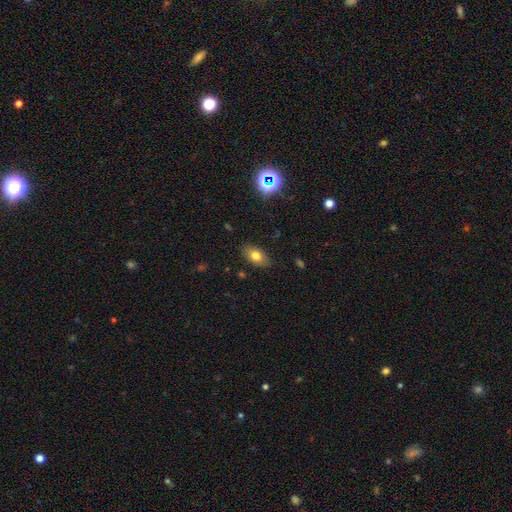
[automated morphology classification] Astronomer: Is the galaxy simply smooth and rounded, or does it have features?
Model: smooth — 75%.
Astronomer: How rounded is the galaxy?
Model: in between — 88%.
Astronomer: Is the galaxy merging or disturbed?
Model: none — 84%.